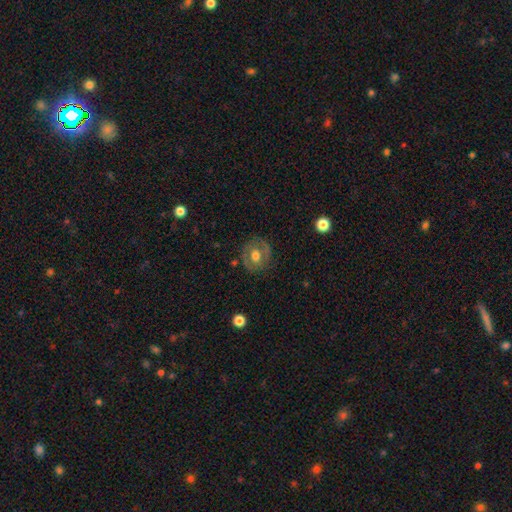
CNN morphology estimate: A smooth galaxy with no disk features (47%).

Vote fractions:
- Smooth or featured? smooth: 47% / featured or disk: 45% / star or artifact: 8%
- Merging? none: 79% / minor disturbance: 14% / major disturbance: 5% / merger: 1%